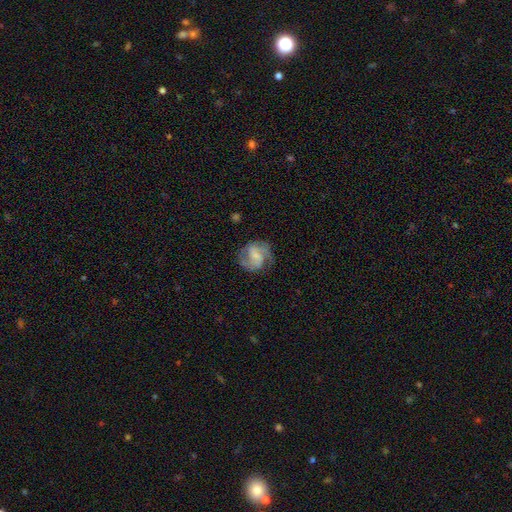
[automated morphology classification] Smooth or featured? featured or disk (70%)
Edge-on disk? no (98%)
Bar? weak (48%)
Spiral arms? yes (91%)
Spiral winding? medium (51%)
Spiral arm count? 2 (74%)
Bulge size? small (43%)
Merging? none (68%)